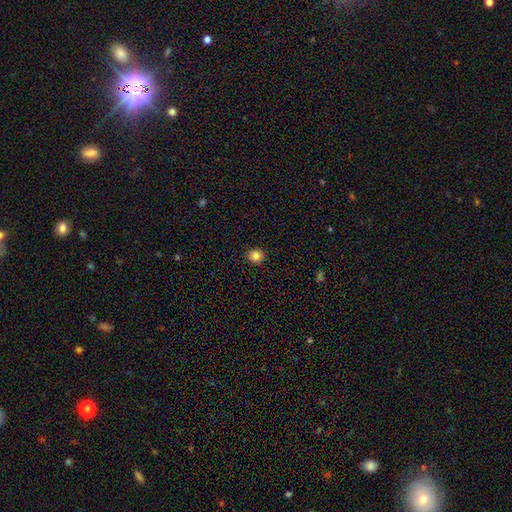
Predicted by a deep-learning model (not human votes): Q: Smooth or featured?
A: smooth (84%); runner-up: star or artifact (11%)
Q: How rounded?
A: round (84%); runner-up: in between (15%)
Q: Merging?
A: none (92%); runner-up: minor disturbance (6%)